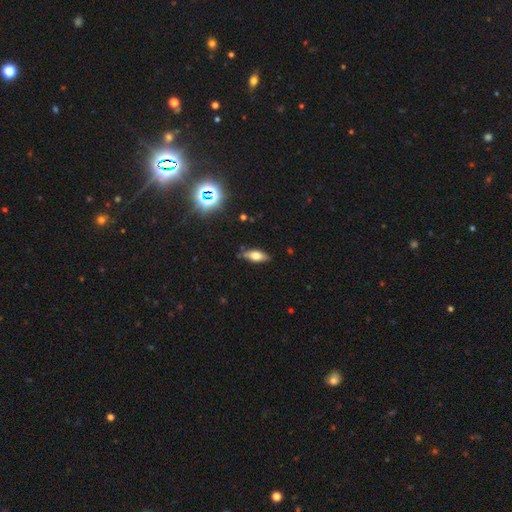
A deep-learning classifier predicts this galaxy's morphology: Q: Smooth or featured?
A: smooth (64%); runner-up: featured or disk (24%)
Q: How rounded?
A: in between (79%); runner-up: cigar-shaped (17%)
Q: Merging?
A: none (79%); runner-up: minor disturbance (15%)